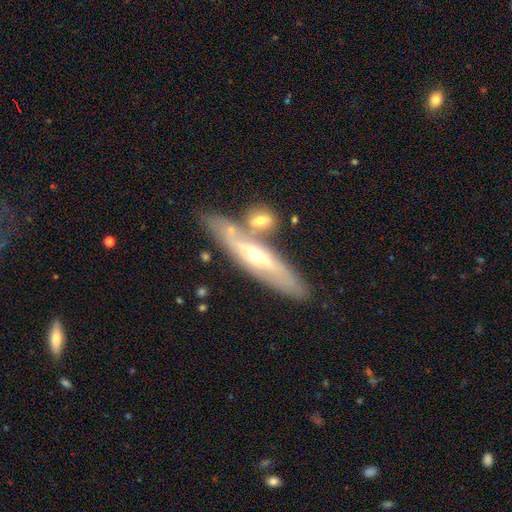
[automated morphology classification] A featured or disk galaxy (66%) viewed edge-on (56%).

Vote fractions:
- Smooth or featured? featured or disk: 66% / smooth: 28% / star or artifact: 6%
- Edge-on disk? yes: 56% / no: 44%
- Merging? none: 57% / merger: 25% / minor disturbance: 13% / major disturbance: 4%